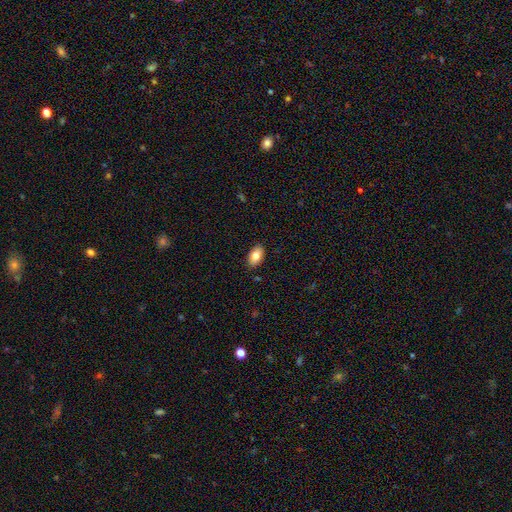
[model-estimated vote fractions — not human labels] smooth_or_featured: smooth (p=0.80) [alt: featured or disk p=0.12]
how_rounded: in between (p=0.92) [alt: round p=0.05]
merging: none (p=0.88) [alt: minor disturbance p=0.09]